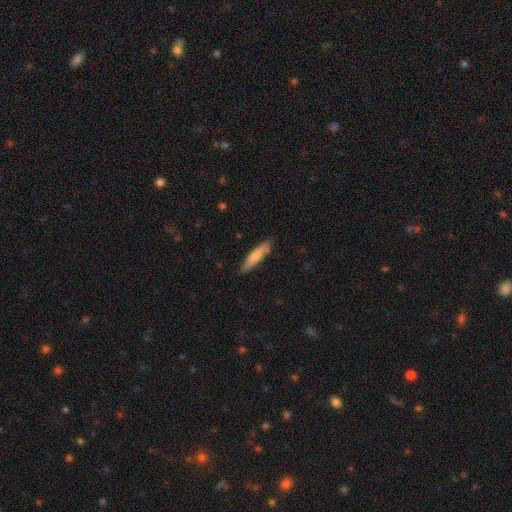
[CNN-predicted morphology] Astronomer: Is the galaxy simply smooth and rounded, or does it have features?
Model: smooth — 73%.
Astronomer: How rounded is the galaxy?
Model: cigar-shaped — 80%.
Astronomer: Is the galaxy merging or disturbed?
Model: none — 81%.